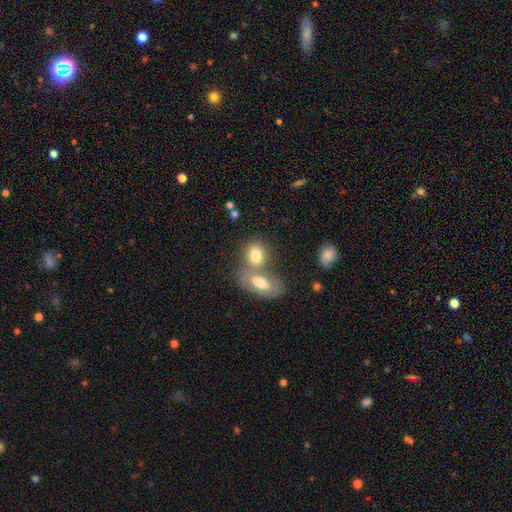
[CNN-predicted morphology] smooth_or_featured: smooth (p=0.75) [alt: featured or disk p=0.17]
how_rounded: in between (p=0.75) [alt: round p=0.23]
merging: merger (p=0.54) [alt: none p=0.33]